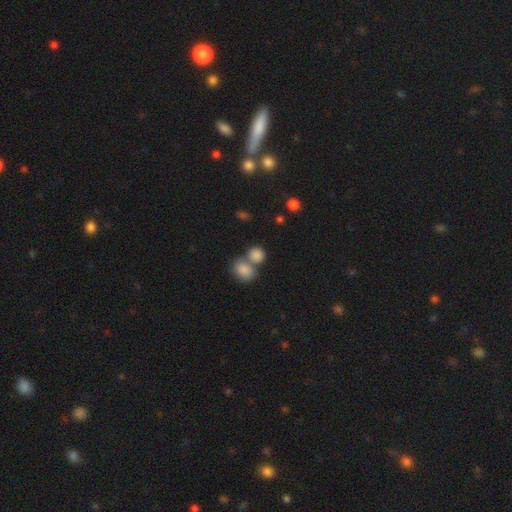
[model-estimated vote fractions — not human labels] Smooth or featured? smooth (85%)
How rounded? round (66%)
Merging? merger (49%)